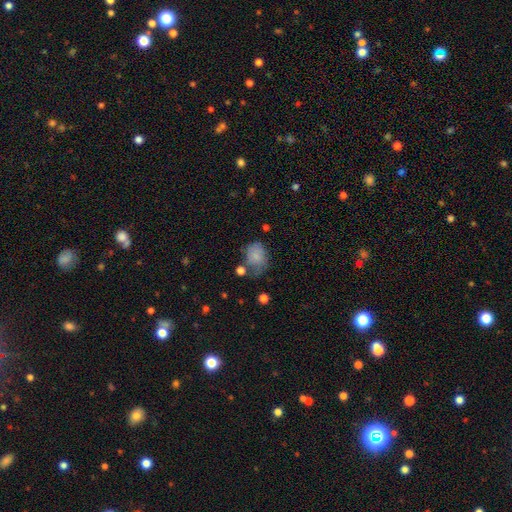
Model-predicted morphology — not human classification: Smooth or featured: smooth — 75% (featured or disk — 15%)
How rounded: in between — 60% (round — 39%)
Merging: none — 41% (minor disturbance — 32%)